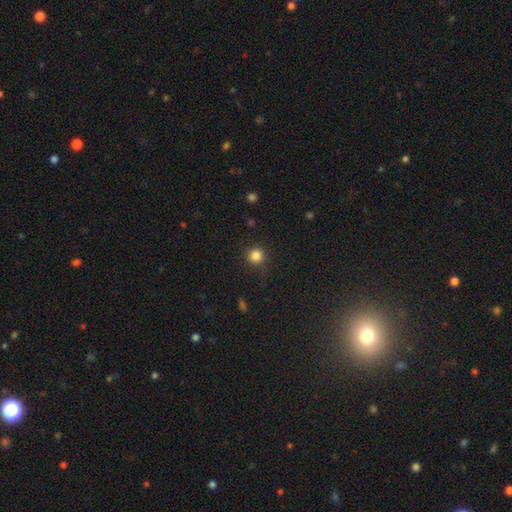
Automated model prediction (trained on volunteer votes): A smooth galaxy with no disk features (84%) that is round (95%). Merging: none (86%).